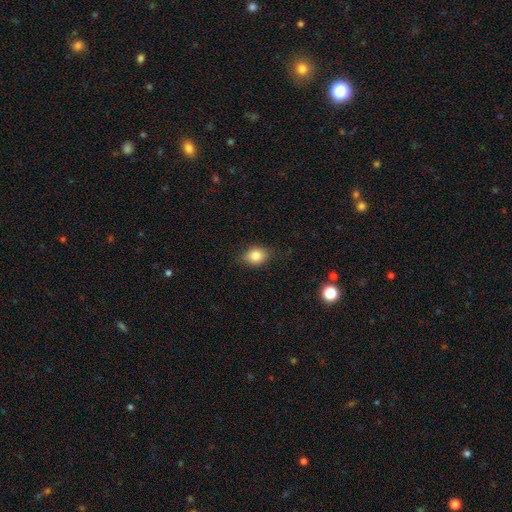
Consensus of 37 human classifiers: Smooth or featured? 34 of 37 (92%) said smooth. How rounded? 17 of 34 (50%, tied with in between) said round. Merging? 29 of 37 (78%) said none.